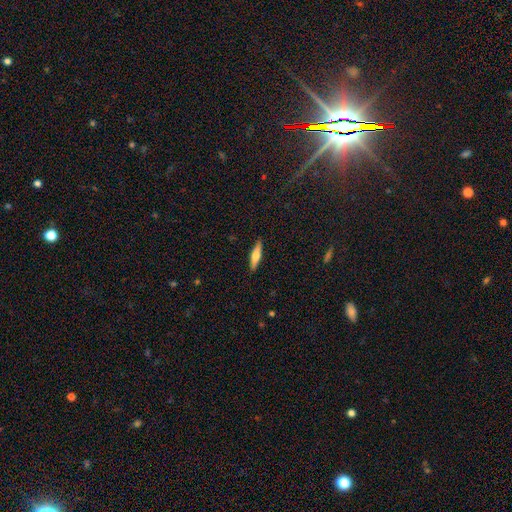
A smooth galaxy with no disk features (52%) that is cigar-shaped (90%). Merging: none (92%).